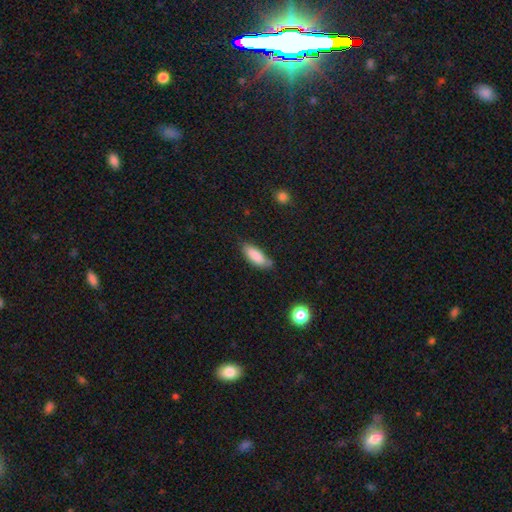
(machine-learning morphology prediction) A smooth galaxy with no disk features (84%) that is in between round and cigar-shaped (69%). Merging: none (66%).